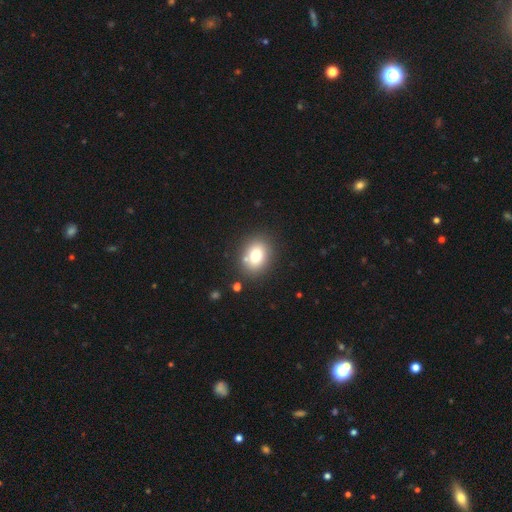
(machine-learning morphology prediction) This appears to be a smooth galaxy with no disk features (77%) that is in between round and cigar-shaped (57%). Merging: none (80%).